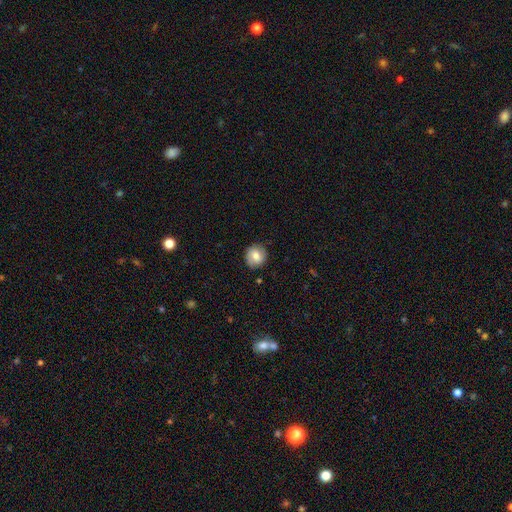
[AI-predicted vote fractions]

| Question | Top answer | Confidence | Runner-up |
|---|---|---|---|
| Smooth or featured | smooth | 74% | featured or disk (18%) |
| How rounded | round | 84% | in between (15%) |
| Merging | none | 84% | minor disturbance (12%) |